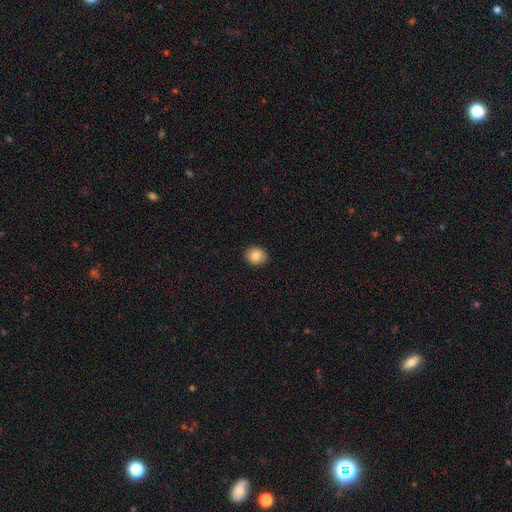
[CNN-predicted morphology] type=smooth (85%); roundness=round (65%); merging=none (91%).